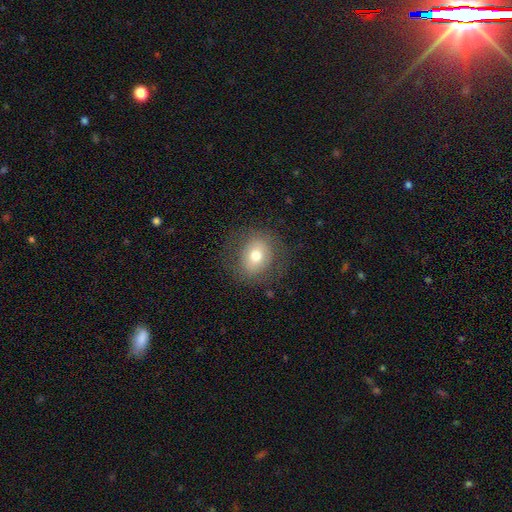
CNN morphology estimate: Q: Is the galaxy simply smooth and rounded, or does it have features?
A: smooth — 66%.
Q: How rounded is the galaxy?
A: round — 57%.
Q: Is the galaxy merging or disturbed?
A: none — 79%.